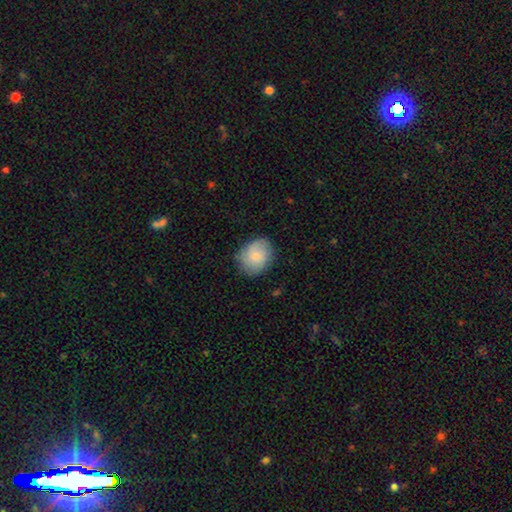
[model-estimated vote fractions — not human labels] smooth_or_featured: smooth (p=0.74) [alt: featured or disk p=0.19]
how_rounded: round (p=0.56) [alt: in between p=0.43]
merging: none (p=0.77) [alt: minor disturbance p=0.18]